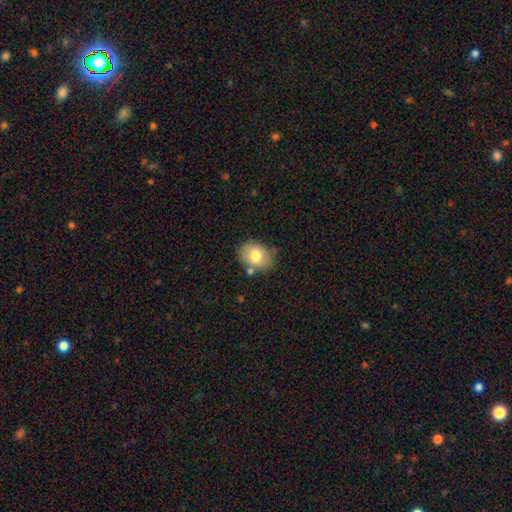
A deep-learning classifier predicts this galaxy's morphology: type=smooth (77%); roundness=in between (61%); merging=none (70%).